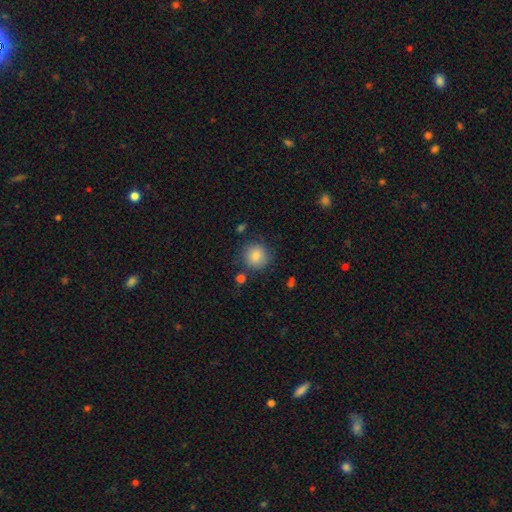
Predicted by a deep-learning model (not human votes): This is clearly a smooth galaxy (82%). How rounded: clearly round (90%). Merging: clearly none (82%).